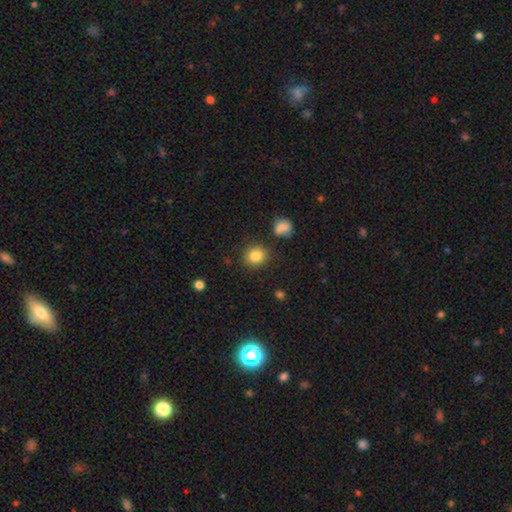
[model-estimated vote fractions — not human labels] Smooth or featured?
  - smooth: 84% *
  - star or artifact: 10%
  - featured or disk: 6%
How rounded?
  - round: 82% *
  - in between: 17%
  - cigar-shaped: 1%
Merging?
  - none: 84% *
  - minor disturbance: 9%
  - merger: 4%
  - major disturbance: 3%